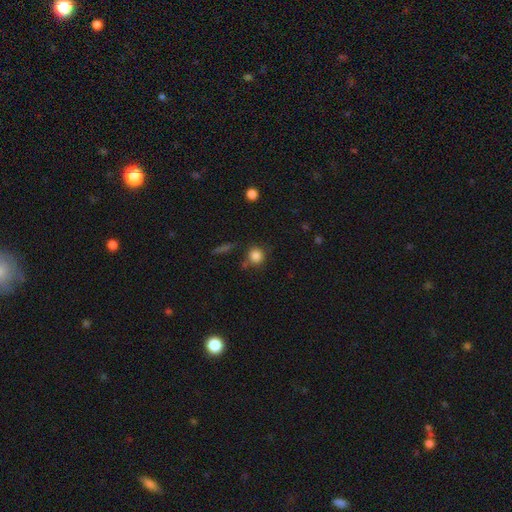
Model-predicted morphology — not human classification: Smooth or featured? smooth (85%)
How rounded? round (90%)
Merging? none (76%)